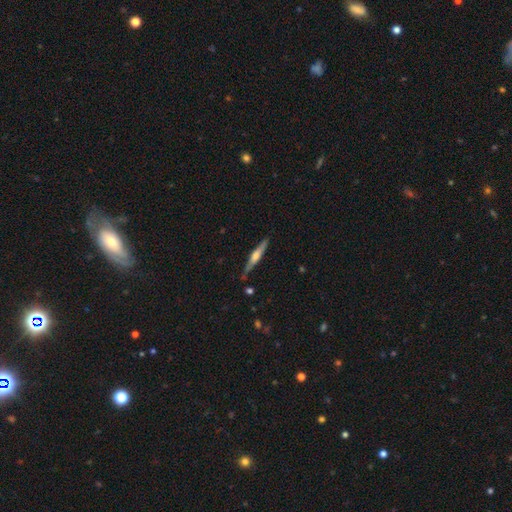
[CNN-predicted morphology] smooth_or_featured: featured or disk (p=0.59) [alt: smooth p=0.35]
disk_edge_on: yes (p=0.96) [alt: no p=0.04]
edge_on_bulge: rounded (p=0.77) [alt: boxy p=0.14]
merging: none (p=0.82) [alt: minor disturbance p=0.13]